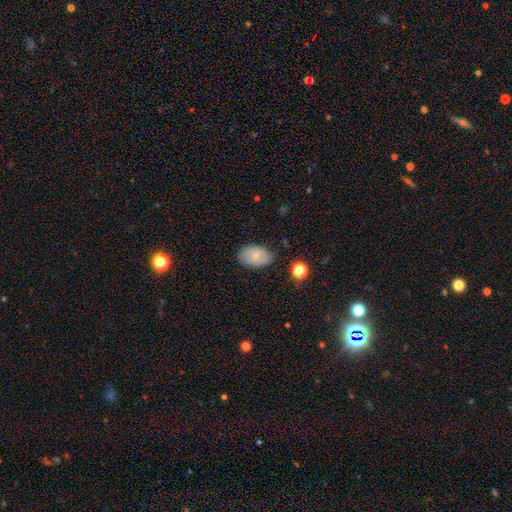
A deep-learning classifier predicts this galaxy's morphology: smooth_or_featured: smooth (p=0.76) [alt: featured or disk p=0.16]
how_rounded: in between (p=0.88) [alt: round p=0.11]
merging: none (p=0.78) [alt: minor disturbance p=0.17]